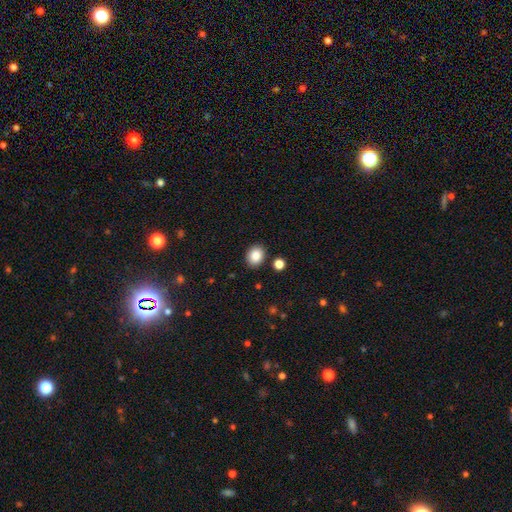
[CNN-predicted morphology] Smooth or featured? Predicted: smooth (p=0.87). How rounded? Predicted: round (p=0.53). Merging? Predicted: none (p=0.87).